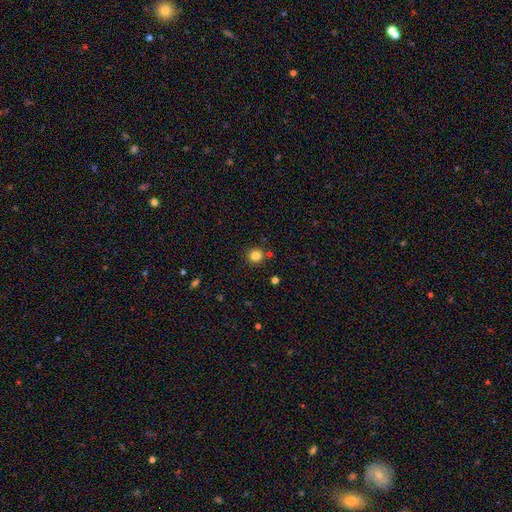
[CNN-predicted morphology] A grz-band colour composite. It shows a smooth galaxy with no disk features (83%) that is round (92%). Merging: none (82%).